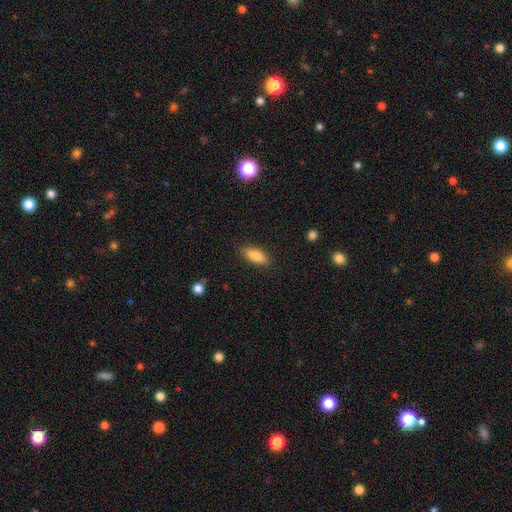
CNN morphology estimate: smooth_or_featured: smooth (p=0.83) [alt: featured or disk p=0.10]
how_rounded: in between (p=0.72) [alt: cigar-shaped p=0.26]
merging: none (p=0.88) [alt: minor disturbance p=0.09]